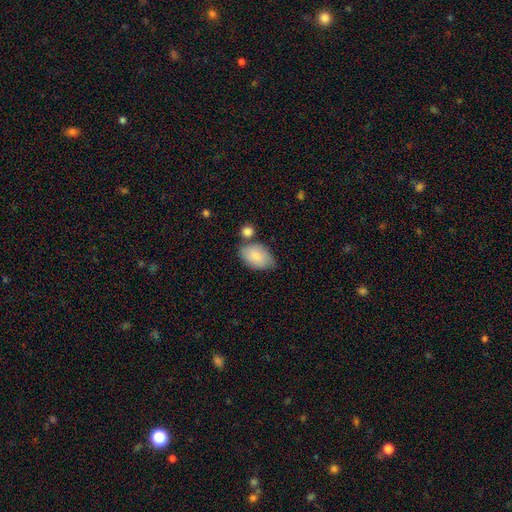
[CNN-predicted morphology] smooth 83%, featured or disk 11%, star or artifact 6%. Down the decision tree: how rounded — in between (91%); merging — none (57%).